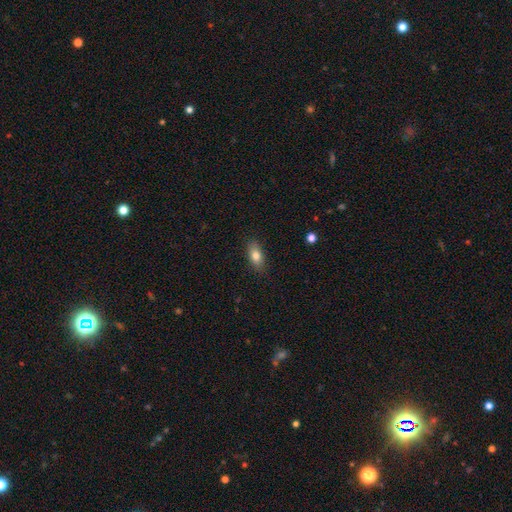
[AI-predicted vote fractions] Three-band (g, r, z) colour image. It shows a smooth galaxy with no disk features (80%) that is in between round and cigar-shaped (86%). Merging: none (86%).